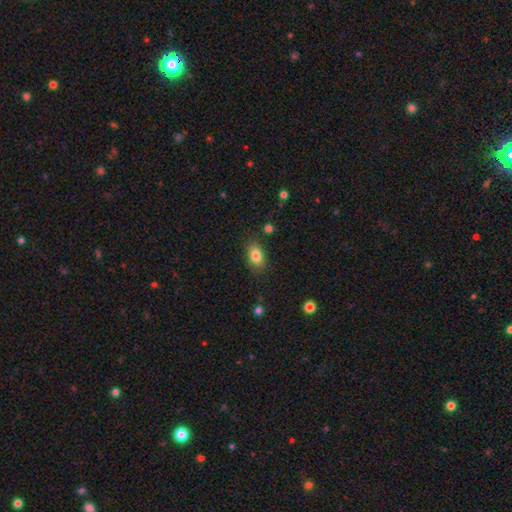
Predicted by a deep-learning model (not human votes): A smooth galaxy with no disk features (83%) that is in between round and cigar-shaped (86%). Merging: none (84%).